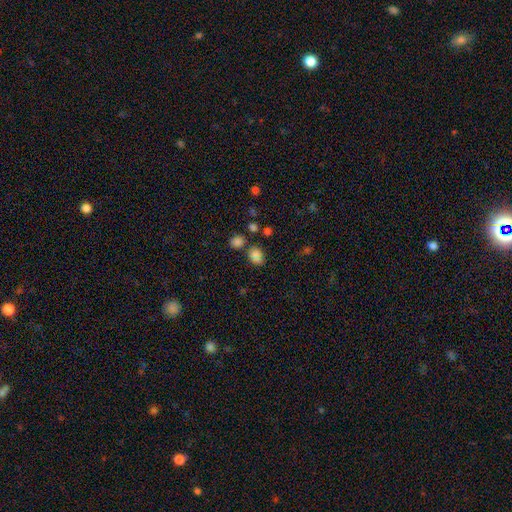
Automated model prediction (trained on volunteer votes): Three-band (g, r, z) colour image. It shows a smooth galaxy with no disk features (76%) that is round (53%). Merging: none (64%).